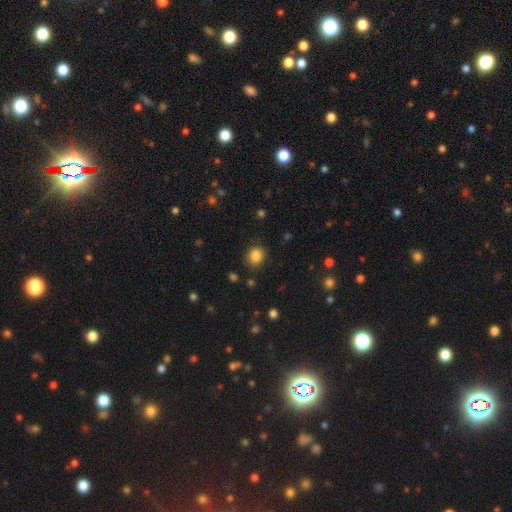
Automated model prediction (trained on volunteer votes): A smooth galaxy with no disk features (85%) that is round (72%).

Vote fractions:
- Smooth or featured? smooth: 85% / star or artifact: 11% / featured or disk: 4%
- How rounded? round: 72% / in between: 27% / cigar-shaped: 1%
- Merging? none: 86% / minor disturbance: 10% / major disturbance: 3% / merger: 2%